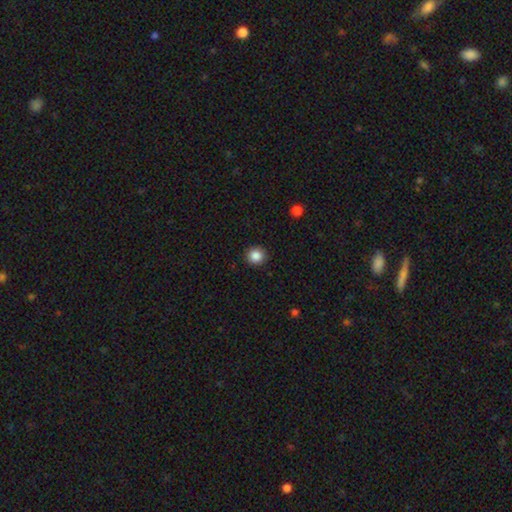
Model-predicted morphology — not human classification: A smooth galaxy with no disk features (86%) that is round (93%).

Vote fractions:
- Smooth or featured? smooth: 86% / star or artifact: 10% / featured or disk: 4%
- How rounded? round: 93% / in between: 6% / cigar-shaped: 1%
- Merging? none: 92% / minor disturbance: 5% / major disturbance: 2% / merger: 1%